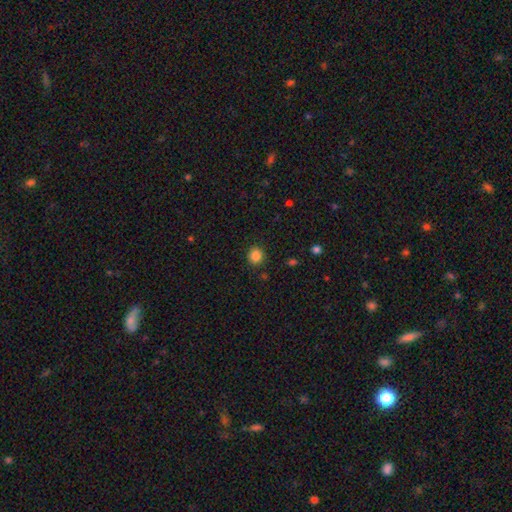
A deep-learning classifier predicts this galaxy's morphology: type=smooth (85%); roundness=round (85%); merging=none (89%).